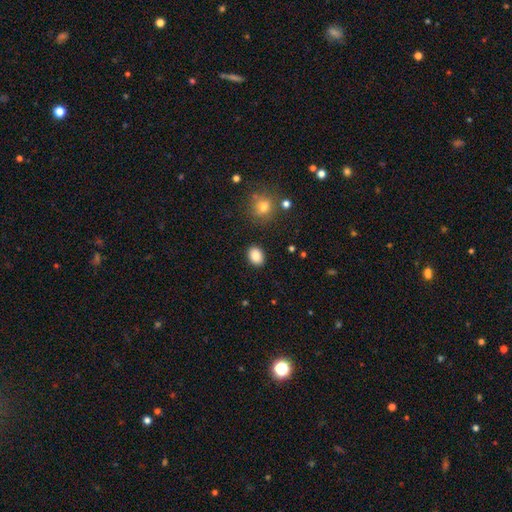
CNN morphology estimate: This is clearly a smooth galaxy (87%). How rounded: likely in between (69%). Merging: clearly none (88%).